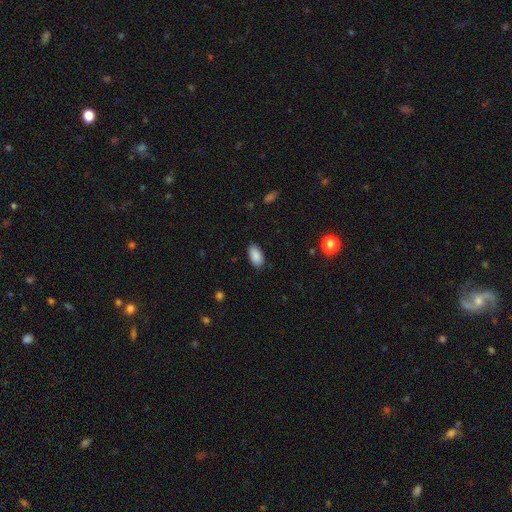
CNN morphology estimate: Q: Smooth or featured?
A: smooth (89%); runner-up: star or artifact (7%)
Q: How rounded?
A: in between (95%); runner-up: round (3%)
Q: Merging?
A: none (87%); runner-up: minor disturbance (10%)